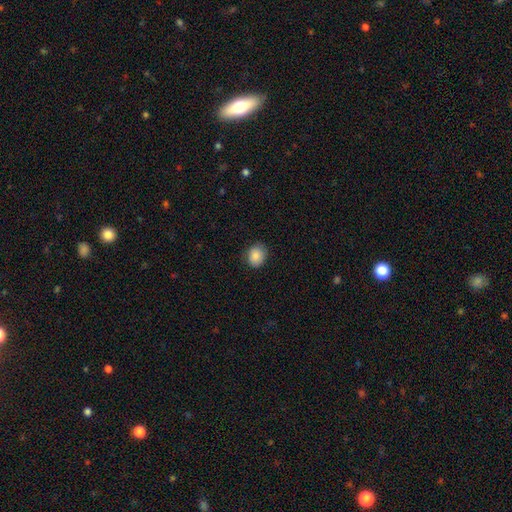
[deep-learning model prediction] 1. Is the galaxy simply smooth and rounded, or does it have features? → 86% smooth, 8% star or artifact, 6% featured or disk.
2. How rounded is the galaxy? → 53% round, 46% in between, 1% cigar-shaped.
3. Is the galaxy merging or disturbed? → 82% none, 14% minor disturbance, 3% major disturbance, 1% merger.